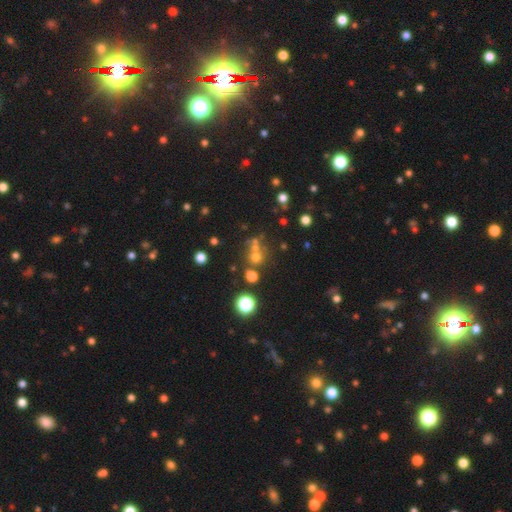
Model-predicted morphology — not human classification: Smooth or featured: smooth — 49% (star or artifact — 37%)
Merging: none — 53% (merger — 33%)